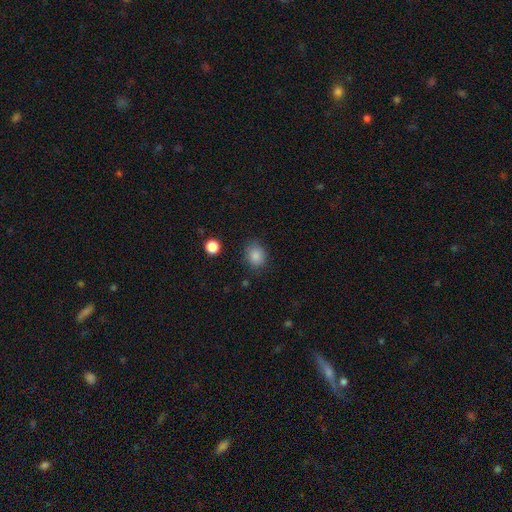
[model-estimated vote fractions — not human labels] smooth-or-featured: smooth: 85% | star or artifact: 10% | featured or disk: 4%
  how-rounded: round: 57% | in between: 42% | cigar-shaped: 1%
  merging: none: 81% | minor disturbance: 14% | major disturbance: 4% | merger: 2%